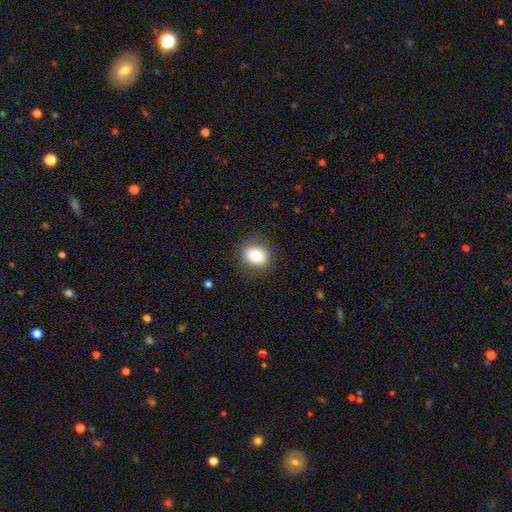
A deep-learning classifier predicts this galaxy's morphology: Smooth or featured?
  - smooth: 80% *
  - featured or disk: 10%
  - star or artifact: 9%
How rounded?
  - round: 56% *
  - in between: 43%
  - cigar-shaped: 1%
Merging?
  - none: 86% *
  - minor disturbance: 10%
  - major disturbance: 3%
  - merger: 1%